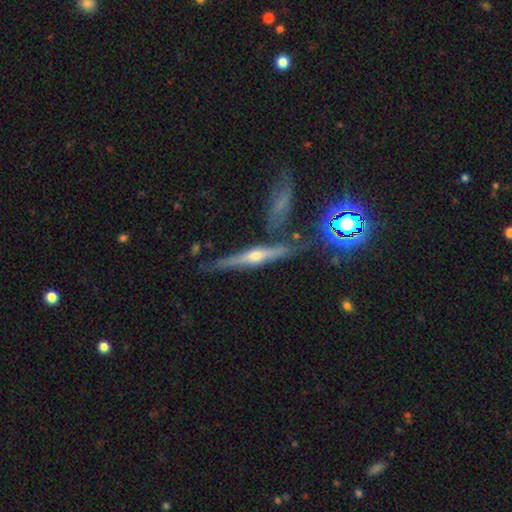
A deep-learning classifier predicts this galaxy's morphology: The model was most divided on "smooth or featured": featured or disk: 71%, smooth: 17%, star or artifact: 12%. More confident: edge-on disk — yes (95%); edge-on bulge — rounded (90%); merging — none (76%).